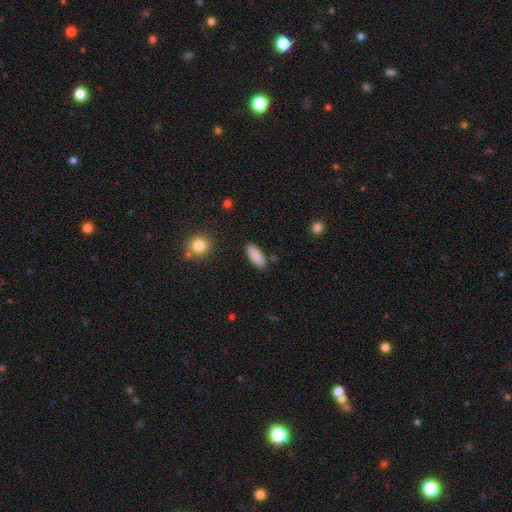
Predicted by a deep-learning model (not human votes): A smooth galaxy with no disk features (88%) that is in between round and cigar-shaped (77%).

Vote fractions:
- Smooth or featured? smooth: 88% / star or artifact: 7% / featured or disk: 5%
- How rounded? in between: 77% / cigar-shaped: 21% / round: 2%
- Merging? none: 84% / minor disturbance: 10% / merger: 3% / major disturbance: 3%